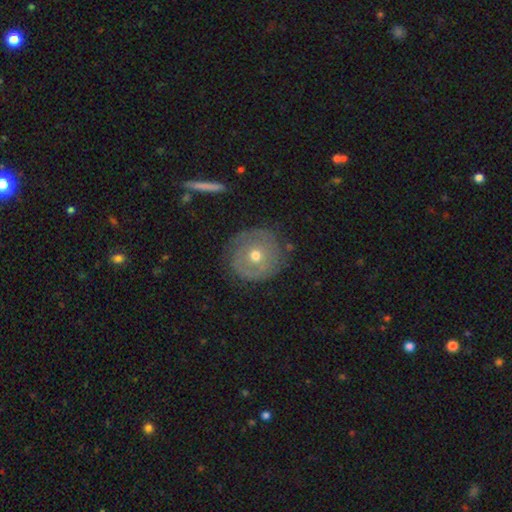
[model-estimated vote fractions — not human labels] smooth-or-featured: featured or disk: 53% | smooth: 38% | star or artifact: 9%
  disk-edge-on: no: 95% | yes: 5%
    bar: no: 85% | weak: 12% | strong: 3%
    has-spiral-arms: no: 52% | yes: 48%
    bulge-size: moderate: 70% | small: 25% | large: 3% | dominant: 1% | none: 1%
  merging: none: 77% | minor disturbance: 15% | major disturbance: 6% | merger: 2%